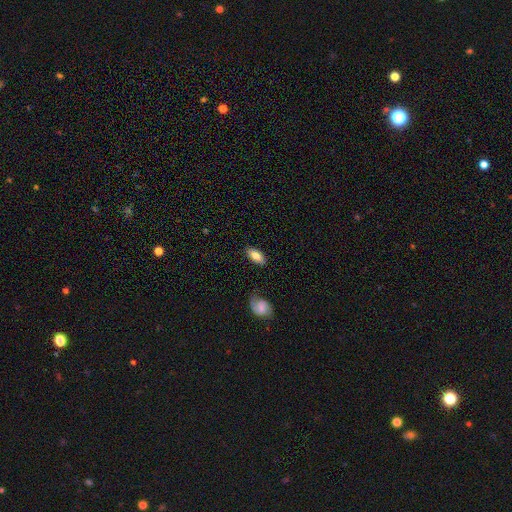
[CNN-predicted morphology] smooth_or_featured: smooth (p=0.74) [alt: featured or disk p=0.19]
how_rounded: in between (p=0.89) [alt: cigar-shaped p=0.08]
merging: none (p=0.83) [alt: minor disturbance p=0.12]